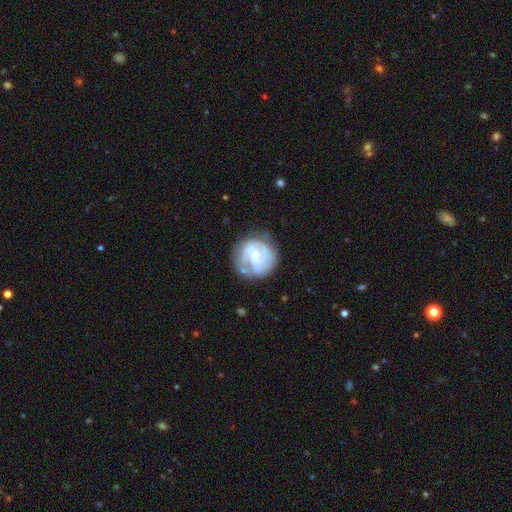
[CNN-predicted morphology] A featured or disk galaxy (81%) with no bar (48%), 2 (50%) tight (55%) spiral arms (95%) and a small central bulge (67%). Merging: none (74%).